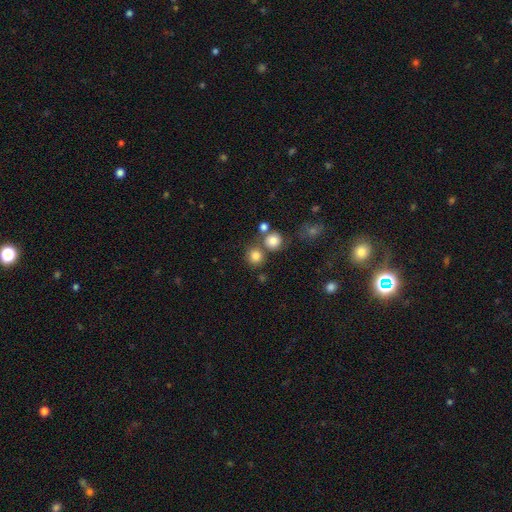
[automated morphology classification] The model was most divided on "merging": none: 67%, merger: 21%, minor disturbance: 8%, major disturbance: 4%. More confident: how rounded — round (89%); smooth or featured — smooth (80%).